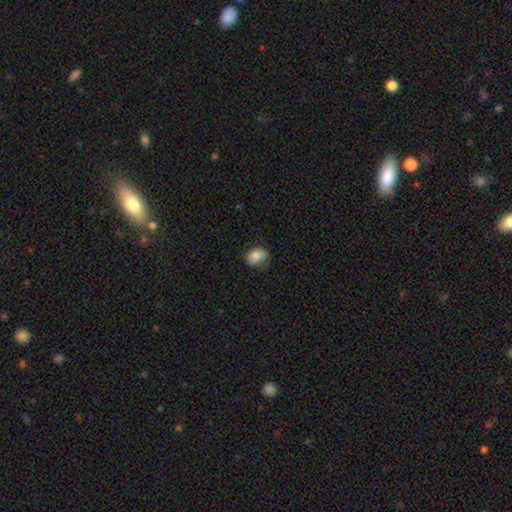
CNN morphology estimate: type=smooth (84%); roundness=in between (62%); merging=none (62%).